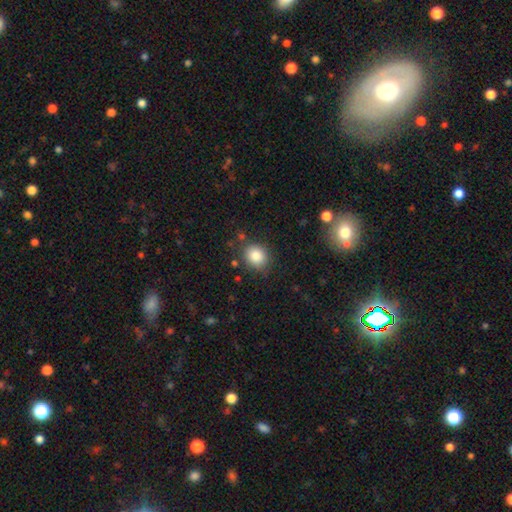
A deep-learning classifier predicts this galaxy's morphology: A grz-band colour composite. It shows a smooth galaxy with no disk features (84%) that is round (68%). Merging: none (82%).